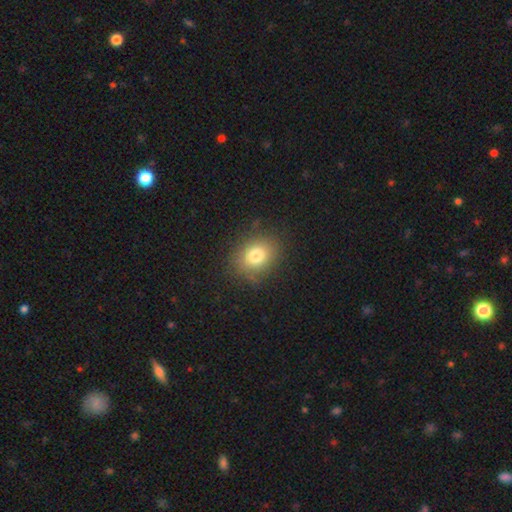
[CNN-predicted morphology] type=smooth (77%); roundness=round (51%); merging=none (81%).